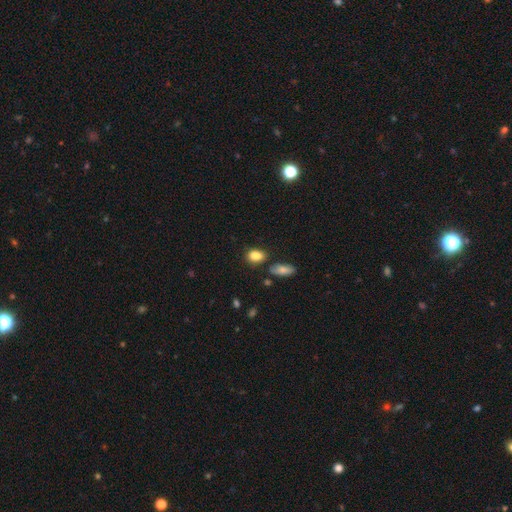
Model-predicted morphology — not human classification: This is clearly a smooth galaxy (86%). How rounded: likely in between (77%). Merging: likely none (70%).